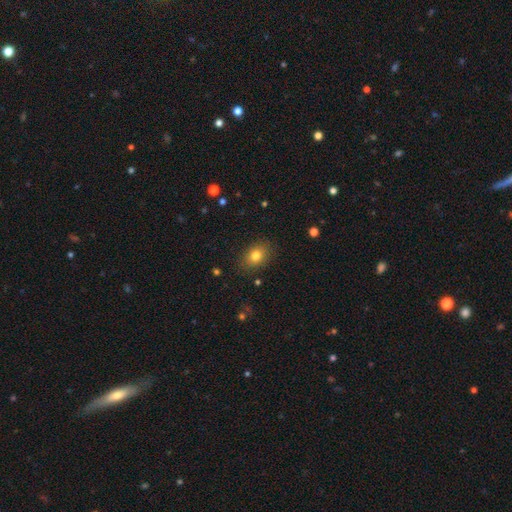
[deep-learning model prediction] A smooth galaxy with no disk features (80%) that is in between round and cigar-shaped (73%). Merging: none (86%).